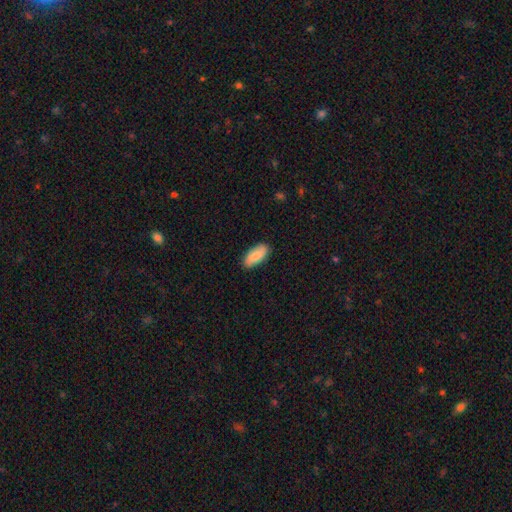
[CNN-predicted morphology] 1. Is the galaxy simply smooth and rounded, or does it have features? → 83% smooth, 11% featured or disk, 6% star or artifact.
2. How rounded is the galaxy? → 87% in between, 11% cigar-shaped, 2% round.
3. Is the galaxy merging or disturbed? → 86% none, 11% minor disturbance, 2% major disturbance, 1% merger.